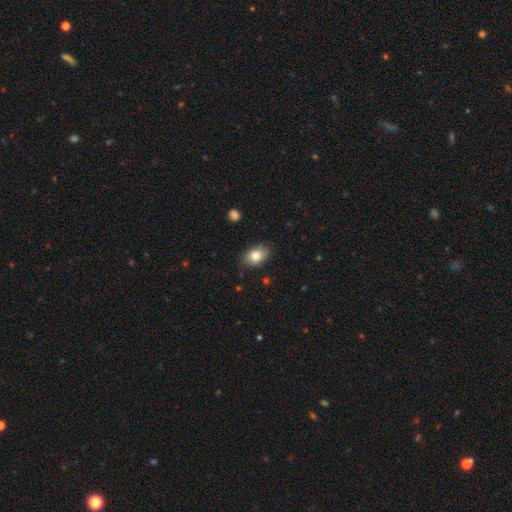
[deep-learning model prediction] Overall: smooth (82%). How rounded: in between (83%). Merging: none (81%).